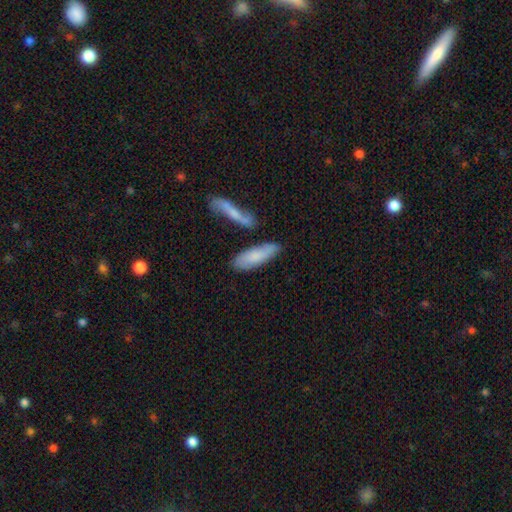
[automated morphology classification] smooth_or_featured: smooth (p=0.74) [alt: featured or disk p=0.20]
how_rounded: cigar-shaped (p=0.50) [alt: in between p=0.48]
merging: none (p=0.67) [alt: minor disturbance p=0.16]